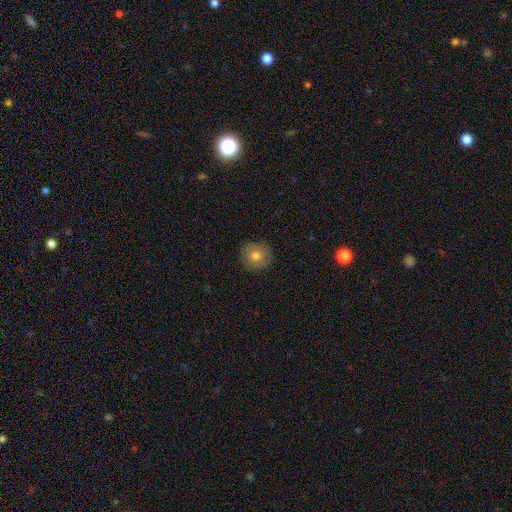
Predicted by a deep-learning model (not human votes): Smooth or featured?
  - smooth: 74% *
  - featured or disk: 16%
  - star or artifact: 10%
How rounded?
  - round: 92% *
  - in between: 7%
  - cigar-shaped: 1%
Merging?
  - none: 88% *
  - minor disturbance: 9%
  - major disturbance: 2%
  - merger: 1%